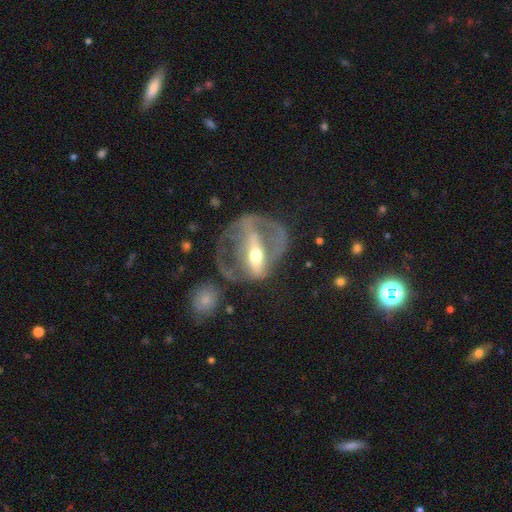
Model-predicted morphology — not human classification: smooth-or-featured: featured or disk: 77% | smooth: 16% | star or artifact: 7%
  disk-edge-on: no: 86% | yes: 14%
    bar: strong: 58% | weak: 21% | no: 21%
    has-spiral-arms: no: 54% | yes: 46%
    bulge-size: moderate: 64% | small: 26% | large: 7% | dominant: 1% | none: 1%
  merging: major disturbance: 48% | none: 30% | minor disturbance: 16% | merger: 6%